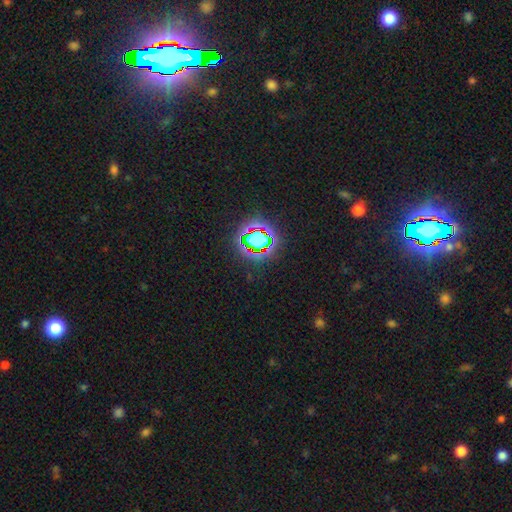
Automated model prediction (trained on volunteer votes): The model was most divided on "smooth or featured": star or artifact: 83%, smooth: 10%, featured or disk: 7%.